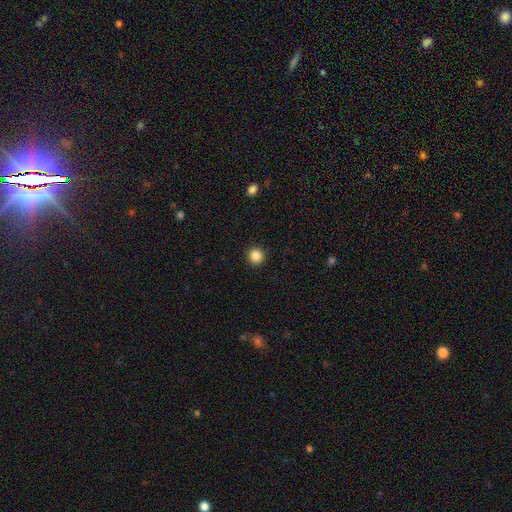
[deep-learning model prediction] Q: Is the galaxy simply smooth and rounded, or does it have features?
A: smooth — 86%.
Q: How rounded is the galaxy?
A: round — 94%.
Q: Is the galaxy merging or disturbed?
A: none — 93%.